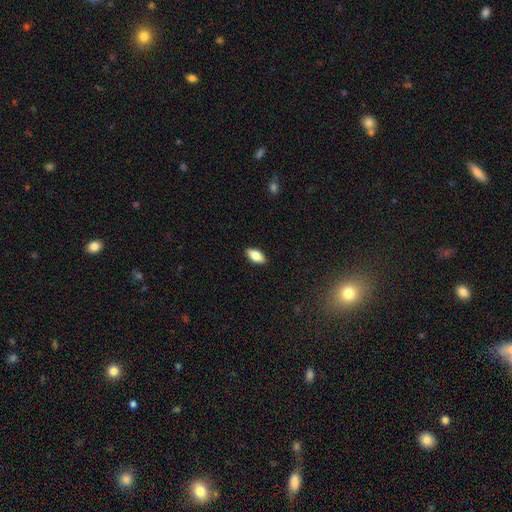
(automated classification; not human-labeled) The model was most divided on "smooth or featured": smooth: 73%, featured or disk: 20%, star or artifact: 7%. More confident: merging — none (88%); how rounded — in between (85%).